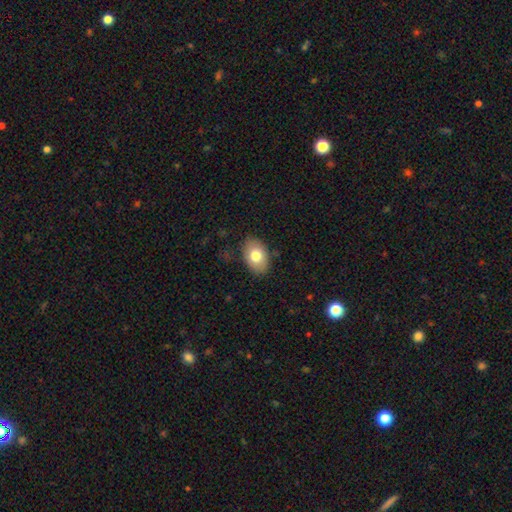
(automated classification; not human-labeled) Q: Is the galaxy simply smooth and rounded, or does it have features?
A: smooth — 76%.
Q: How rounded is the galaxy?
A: in between — 87%.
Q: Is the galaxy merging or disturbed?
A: none — 85%.